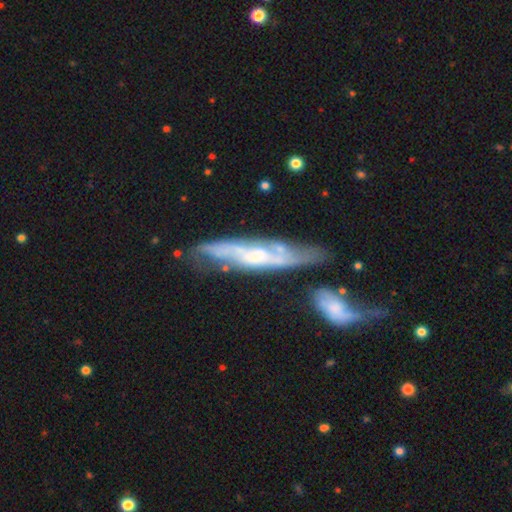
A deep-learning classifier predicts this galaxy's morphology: The model was most divided on "edge-on disk": no: 52%, yes: 48%. More confident: smooth or featured — featured or disk (73%); merging — none (57%).